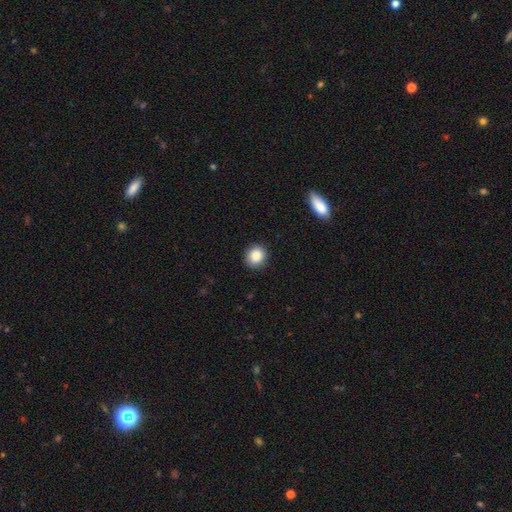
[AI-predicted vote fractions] Overall: smooth (85%). How rounded: round (82%). Merging: none (91%).